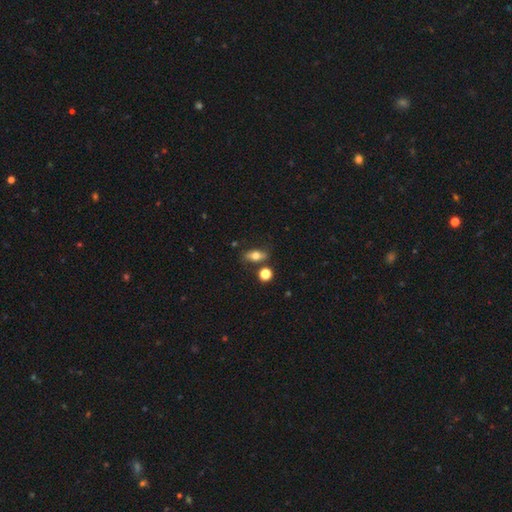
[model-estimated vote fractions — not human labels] smooth 64%, featured or disk 26%, star or artifact 10%. Down the decision tree: how rounded — in between (72%); merging — none (73%).